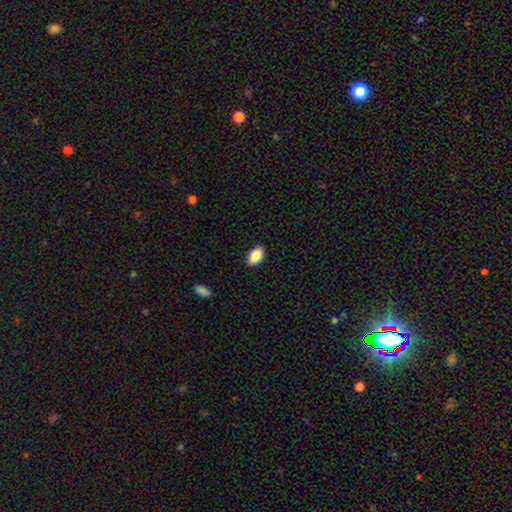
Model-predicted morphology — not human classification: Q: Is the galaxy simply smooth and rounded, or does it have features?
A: smooth — 86%.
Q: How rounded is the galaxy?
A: in between — 92%.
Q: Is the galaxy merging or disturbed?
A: none — 87%.